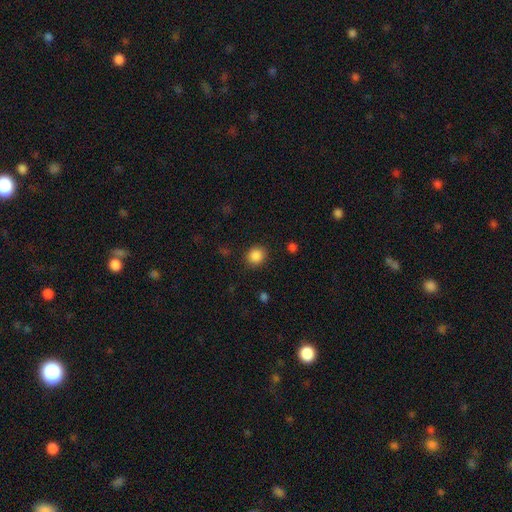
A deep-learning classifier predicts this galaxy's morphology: Smooth or featured? Predicted: smooth (p=0.87). How rounded? Predicted: round (p=0.82). Merging? Predicted: none (p=0.88).